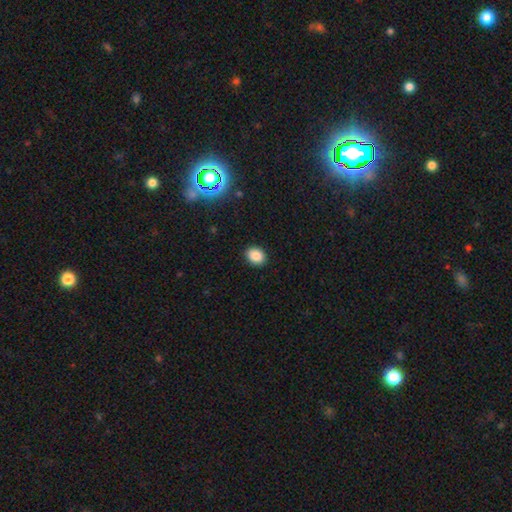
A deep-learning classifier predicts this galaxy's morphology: A smooth galaxy with no disk features (86%) that is in between round and cigar-shaped (53%). Merging: none (91%).